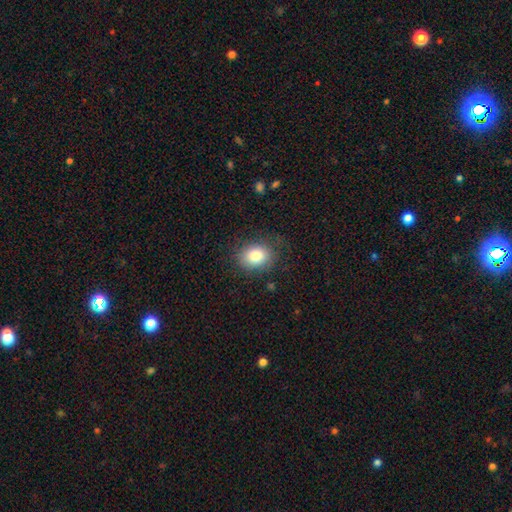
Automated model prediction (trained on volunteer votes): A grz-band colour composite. It shows a smooth galaxy with no disk features (82%) that is in between round and cigar-shaped (50%). Merging: none (78%).